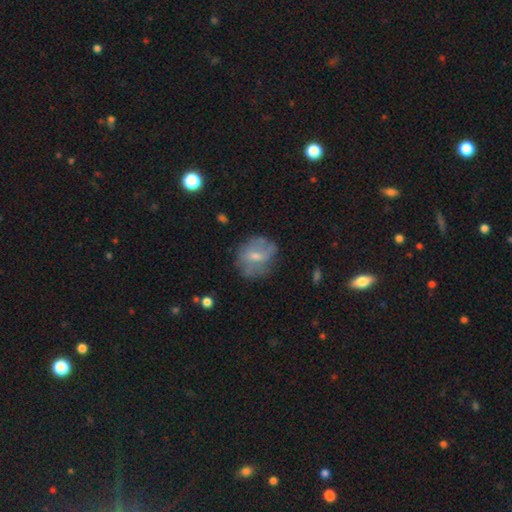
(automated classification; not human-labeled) This is possibly a smooth galaxy (46%). Merging: possibly none (59%).